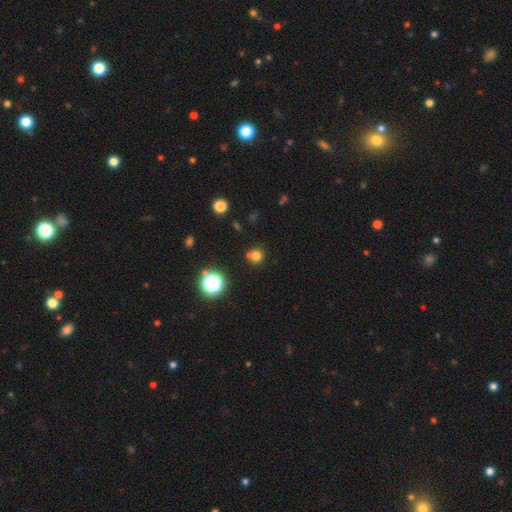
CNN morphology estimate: type=smooth (73%); roundness=round (91%); merging=none (68%).